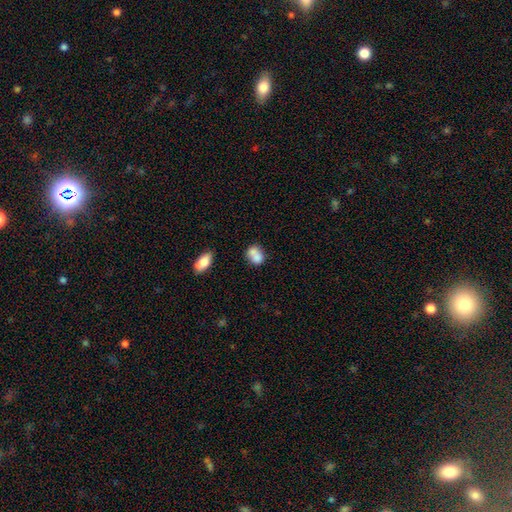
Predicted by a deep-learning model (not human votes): Q: Smooth or featured?
A: smooth (75%); runner-up: featured or disk (17%)
Q: How rounded?
A: in between (56%); runner-up: round (42%)
Q: Merging?
A: merger (51%); runner-up: none (31%)